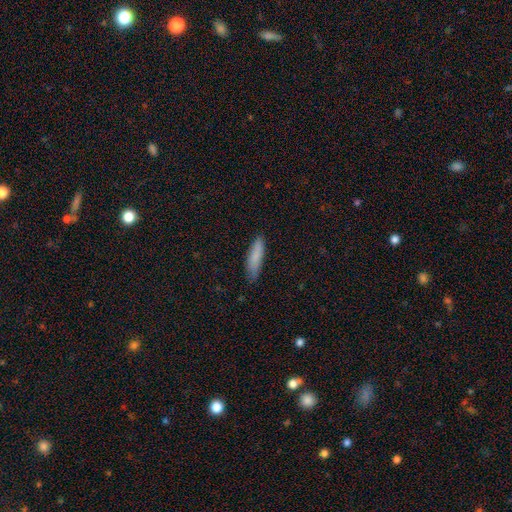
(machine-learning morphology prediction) A smooth galaxy with no disk features (85%) that is cigar-shaped (71%).

Vote fractions:
- Smooth or featured? smooth: 85% / featured or disk: 9% / star or artifact: 6%
- How rounded? cigar-shaped: 71% / in between: 28% / round: 1%
- Merging? none: 79% / minor disturbance: 17% / major disturbance: 3% / merger: 1%